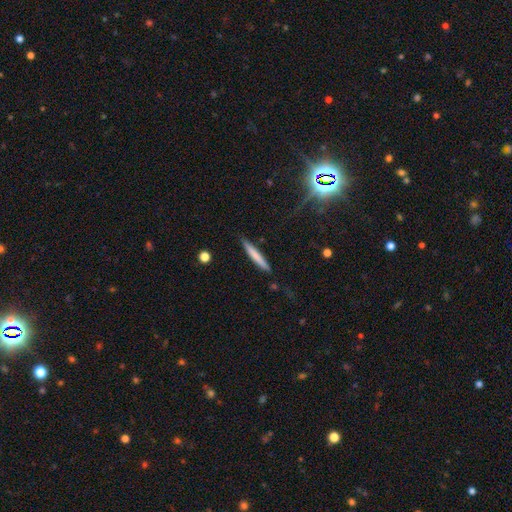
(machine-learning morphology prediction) The model was most divided on "smooth or featured": smooth: 71%, featured or disk: 24%, star or artifact: 6%. More confident: how rounded — cigar-shaped (95%); merging — none (87%).